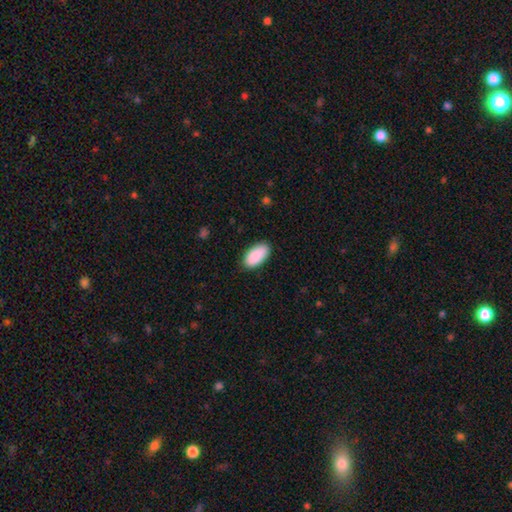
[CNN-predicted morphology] Overall: smooth (91%). How rounded: in between (95%). Merging: none (88%).